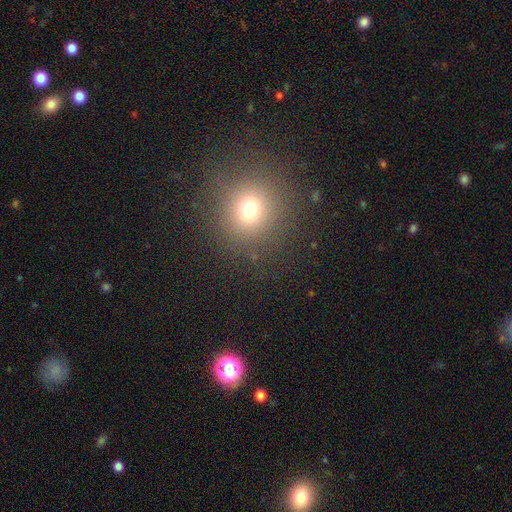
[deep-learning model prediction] This appears to be a smooth galaxy with no disk features (65%) that is round (92%). Merging: none (91%).